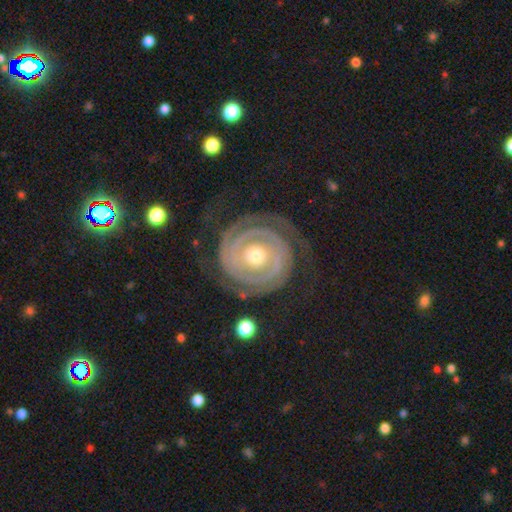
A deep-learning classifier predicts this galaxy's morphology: This is clearly a featured or disk galaxy (91%). It is clearly not viewed edge-on (97%). Bar: likely no (71%). Spiral arm pattern: clearly yes (97%). Spiral arm count: likely 2 (73%). Spiral winding: clearly tight (87%). Central bulge: likely moderate (61%). Merging: likely none (79%).